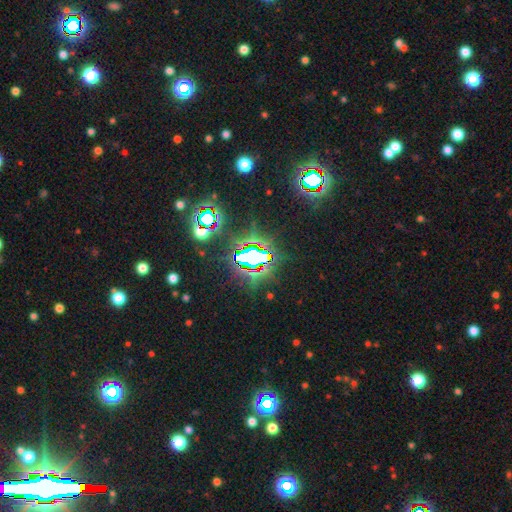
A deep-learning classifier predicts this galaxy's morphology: Overall: star or artifact (77%).